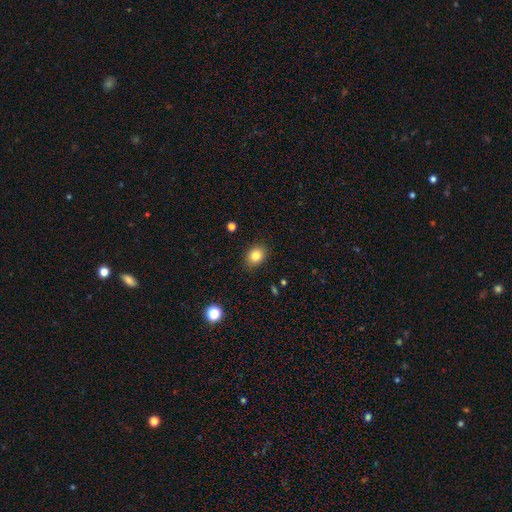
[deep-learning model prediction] A smooth galaxy with no disk features (84%) that is in between round and cigar-shaped (51%). Merging: none (88%).